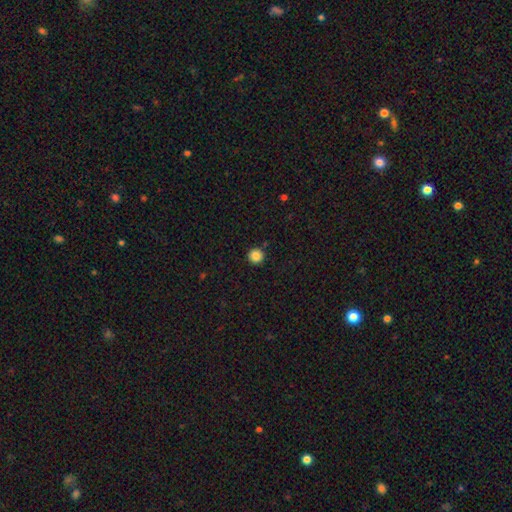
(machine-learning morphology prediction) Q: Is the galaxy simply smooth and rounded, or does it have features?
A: smooth — 85%.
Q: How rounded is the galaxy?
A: round — 96%.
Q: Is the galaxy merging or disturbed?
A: none — 92%.